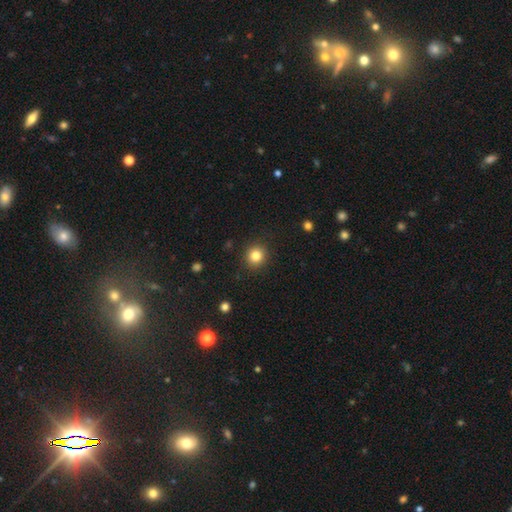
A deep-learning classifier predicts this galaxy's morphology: type=smooth (83%); roundness=round (91%); merging=none (91%).